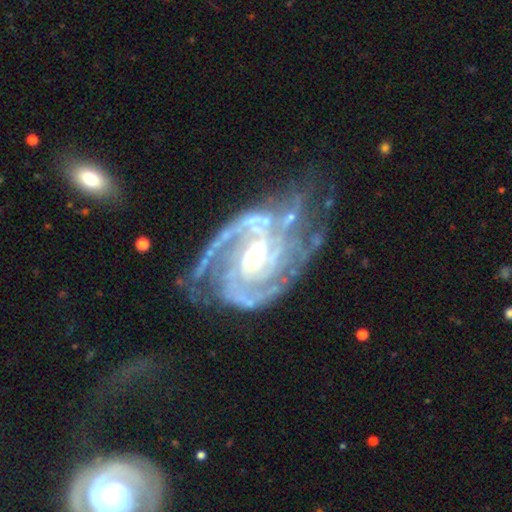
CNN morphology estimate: Smooth or featured? featured or disk (92%)
Edge-on disk? no (97%)
Bar? no (49%)
Spiral arms? yes (98%)
Spiral winding? tight (62%)
Spiral arm count? 2 (40%)
Bulge size? small (50%)
Merging? none (59%)